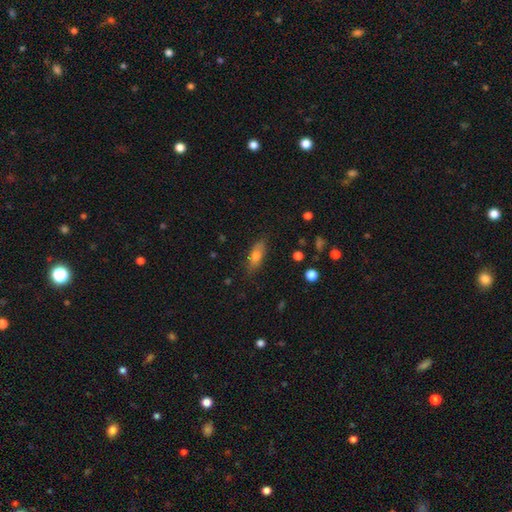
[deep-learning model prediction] The model was most divided on "how rounded": in between: 72%, cigar-shaped: 24%, round: 4%. More confident: merging — none (81%); smooth or featured — smooth (72%).